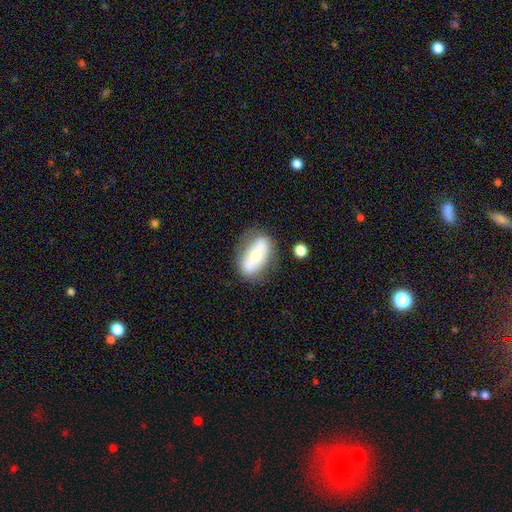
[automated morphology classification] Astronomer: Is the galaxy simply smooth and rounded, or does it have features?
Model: smooth — 52% (runner-up: featured or disk, 41%).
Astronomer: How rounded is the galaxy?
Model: in between — 84%.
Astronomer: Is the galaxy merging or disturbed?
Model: none — 71%.